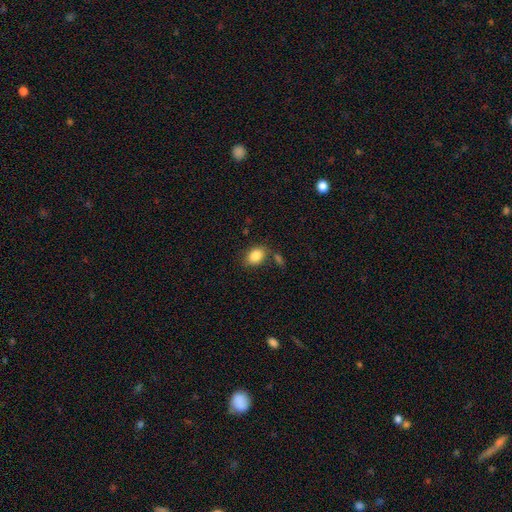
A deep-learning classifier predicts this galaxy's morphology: Overall: smooth (86%). How rounded: in between (76%). Merging: none (72%).